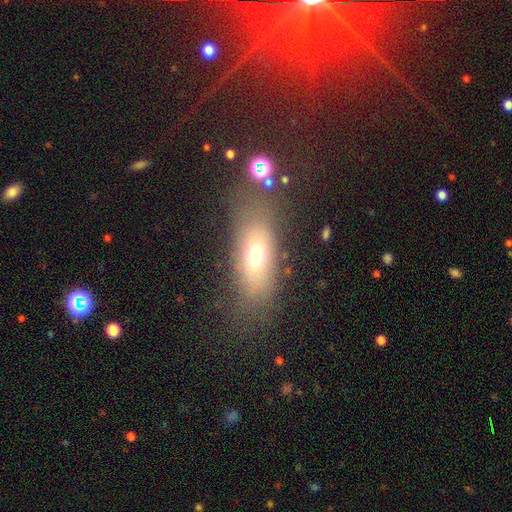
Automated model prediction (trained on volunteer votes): Q: Smooth or featured?
A: smooth (63%); runner-up: featured or disk (23%)
Q: How rounded?
A: in between (75%); runner-up: cigar-shaped (14%)
Q: Merging?
A: none (67%); runner-up: minor disturbance (15%)